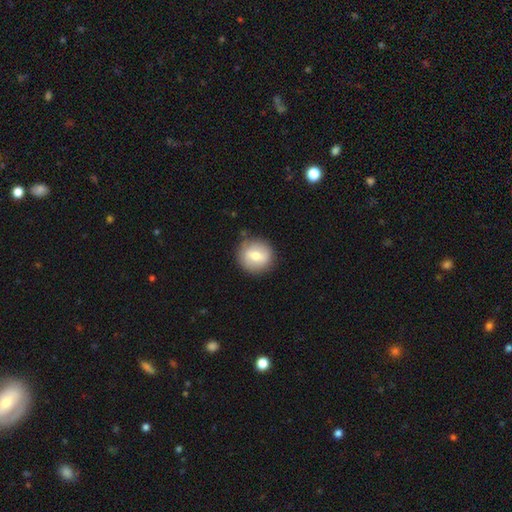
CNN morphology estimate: The model was most divided on "smooth or featured": smooth: 65%, featured or disk: 27%, star or artifact: 8%. More confident: how rounded — round (91%); merging — none (83%).